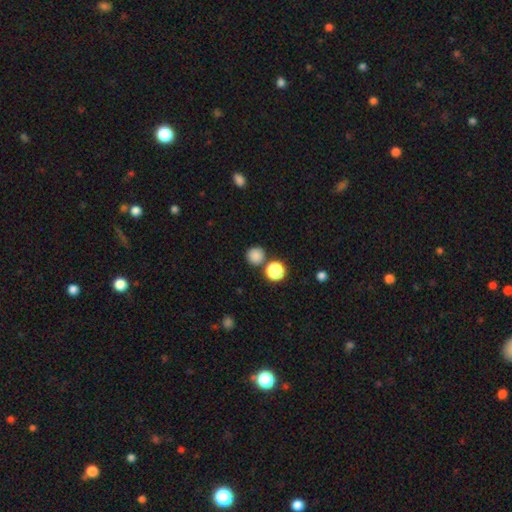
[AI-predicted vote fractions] Q: Smooth or featured?
A: smooth (83%); runner-up: star or artifact (13%)
Q: How rounded?
A: round (92%); runner-up: in between (7%)
Q: Merging?
A: none (78%); runner-up: merger (11%)